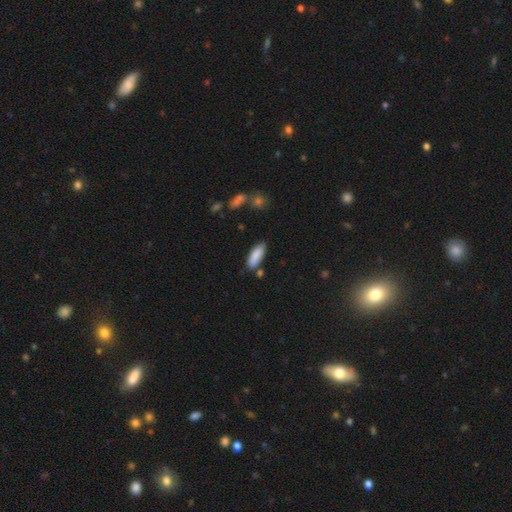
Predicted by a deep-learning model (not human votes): Q: Smooth or featured?
A: smooth (87%); runner-up: featured or disk (7%)
Q: How rounded?
A: in between (66%); runner-up: cigar-shaped (32%)
Q: Merging?
A: none (79%); runner-up: minor disturbance (14%)